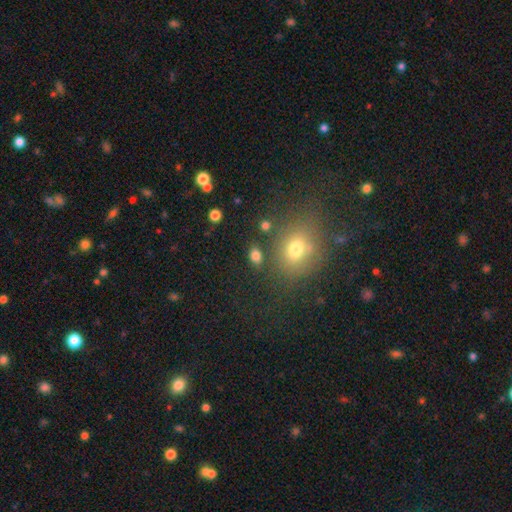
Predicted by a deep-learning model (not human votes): This appears to be a smooth galaxy with no disk features (80%) that is in between round and cigar-shaped (79%). Merging: none (80%).